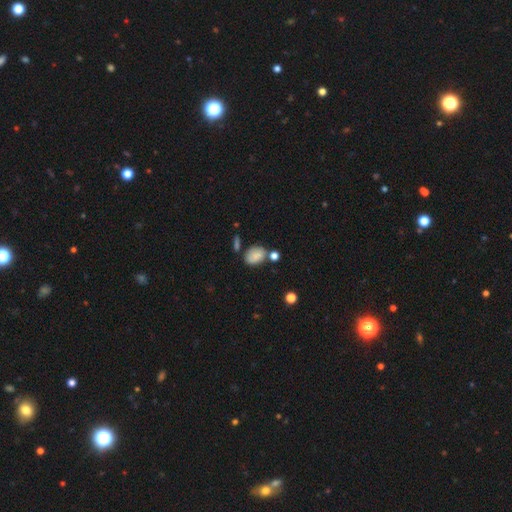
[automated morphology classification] This appears to be a smooth galaxy with no disk features (81%) that is in between round and cigar-shaped (77%). Merging: none (58%).